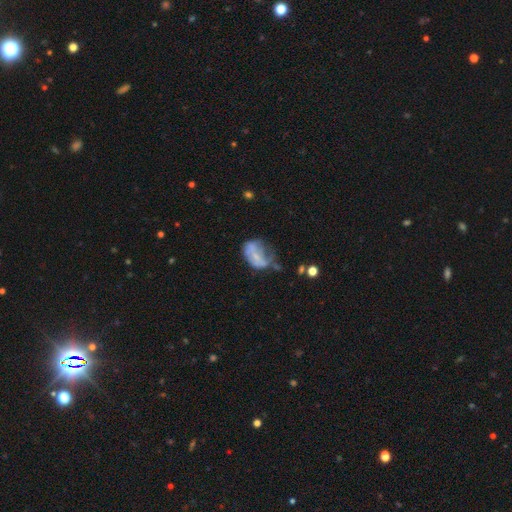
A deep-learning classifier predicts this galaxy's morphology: Smooth or featured?
  - featured or disk: 46% *
  - smooth: 43%
  - star or artifact: 11%
Merging?
  - major disturbance: 38% *
  - minor disturbance: 29%
  - none: 24%
  - merger: 9%